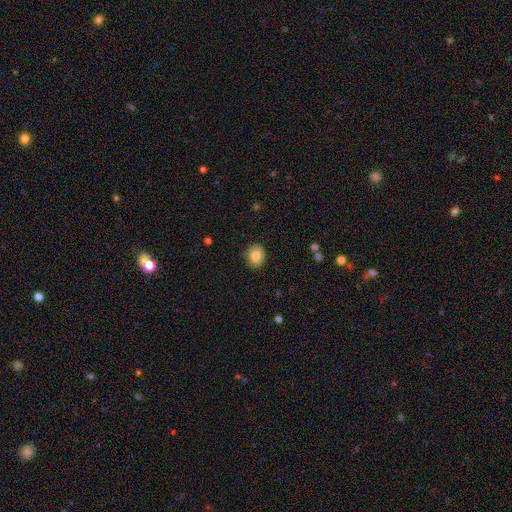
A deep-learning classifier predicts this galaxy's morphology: type=smooth (79%); roundness=round (60%); merging=none (86%).